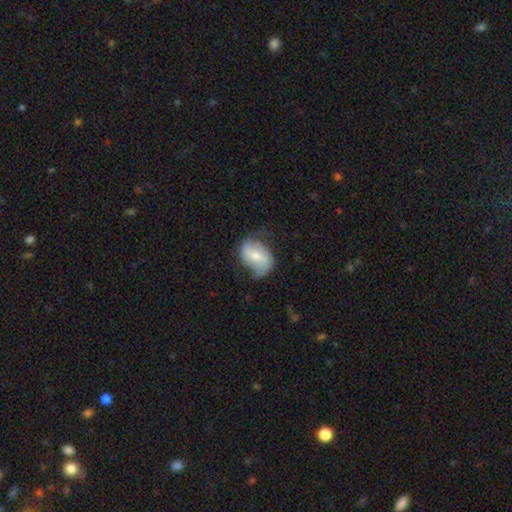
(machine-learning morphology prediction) Smooth or featured: featured or disk — 63% (smooth — 30%)
Edge-on disk: no — 96% (yes — 4%)
Bar: weak — 43% (no — 33%)
Spiral arms: yes — 85% (no — 15%)
Spiral winding: loose — 58% (medium — 30%)
Spiral arm count: 2 — 87% (can't tell — 7%)
Bulge size: moderate — 52% (small — 41%)
Merging: none — 62% (minor disturbance — 25%)